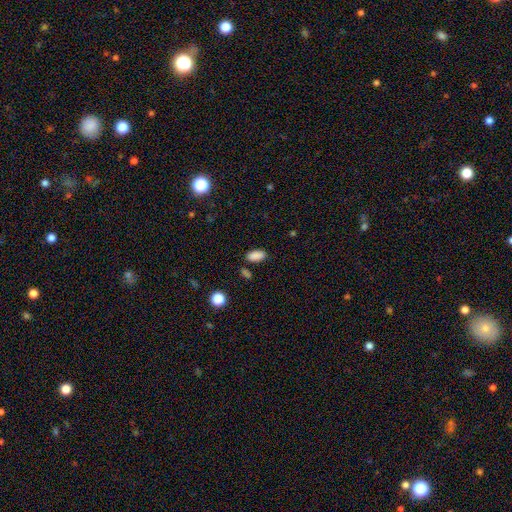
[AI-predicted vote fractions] This appears to be a smooth galaxy with no disk features (87%) that is in between round and cigar-shaped (92%). Merging: none (82%).